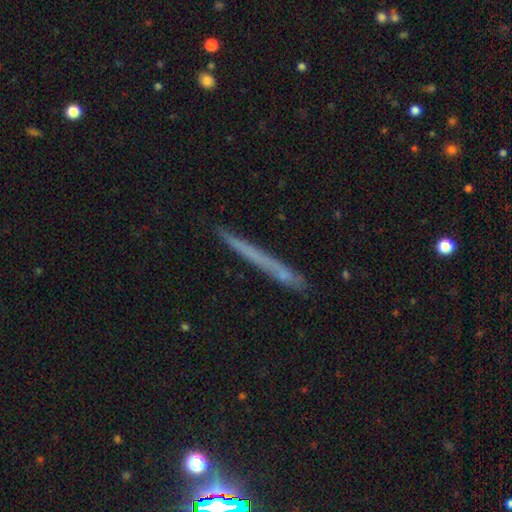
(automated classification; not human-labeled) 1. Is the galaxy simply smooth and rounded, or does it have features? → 47% smooth, 42% featured or disk, 11% star or artifact.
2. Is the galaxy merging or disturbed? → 88% none, 9% minor disturbance, 2% major disturbance, 1% merger.